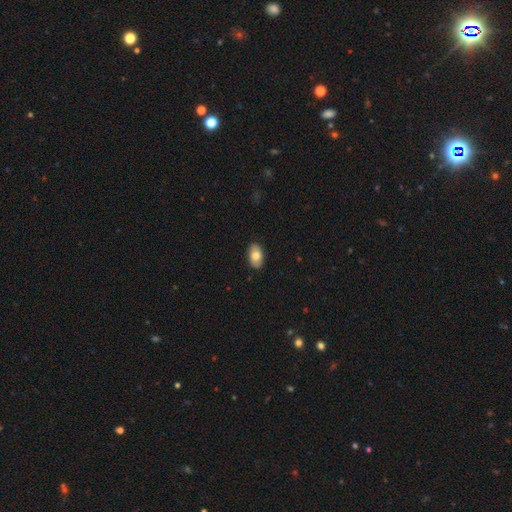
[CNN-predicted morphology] smooth_or_featured: smooth (p=0.77) [alt: featured or disk p=0.16]
how_rounded: in between (p=0.93) [alt: round p=0.05]
merging: none (p=0.89) [alt: minor disturbance p=0.09]